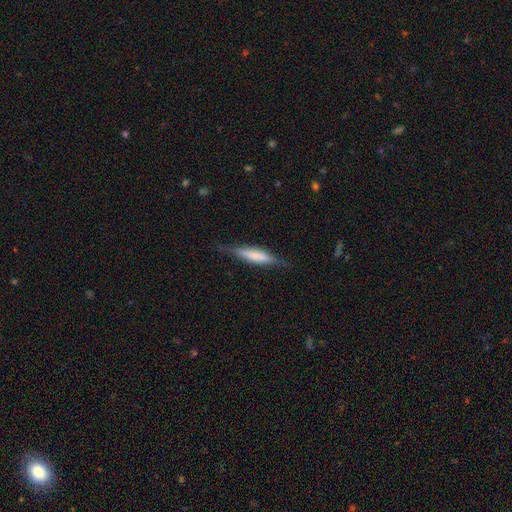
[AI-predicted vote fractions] A smooth galaxy with no disk features (52%) that is cigar-shaped (83%).

Vote fractions:
- Smooth or featured? smooth: 52% / featured or disk: 42% / star or artifact: 6%
- How rounded? cigar-shaped: 83% / in between: 16% / round: 2%
- Merging? none: 78% / minor disturbance: 17% / major disturbance: 4% / merger: 1%